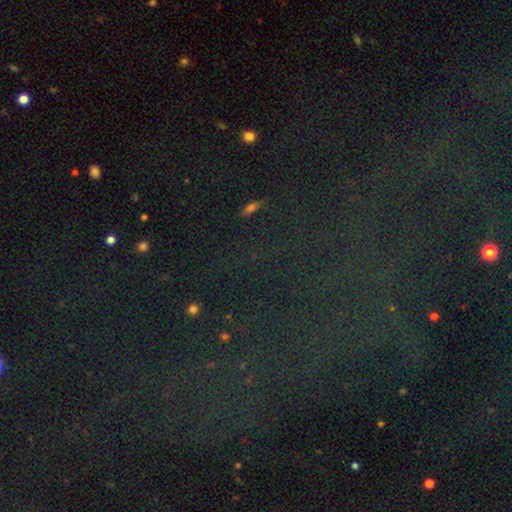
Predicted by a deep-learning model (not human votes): Q: Smooth or featured?
A: star or artifact (78%); runner-up: smooth (13%)